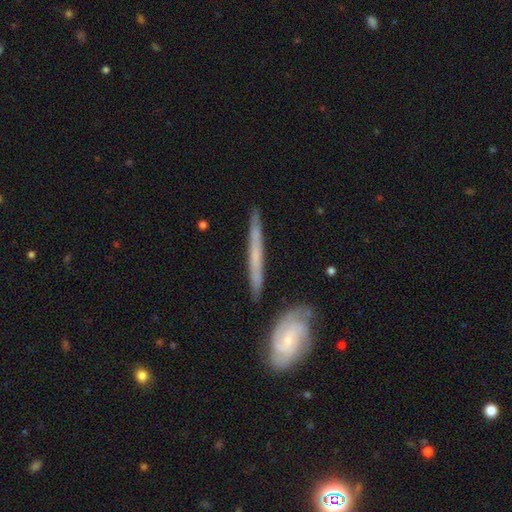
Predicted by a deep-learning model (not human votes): Smooth or featured?
  - featured or disk: 63% *
  - smooth: 30%
  - star or artifact: 7%
Edge-on disk?
  - yes: 80% *
  - no: 20%
Edge-on bulge?
  - none: 74% *
  - rounded: 20%
  - boxy: 5%
Merging?
  - none: 82% *
  - minor disturbance: 11%
  - merger: 4%
  - major disturbance: 3%